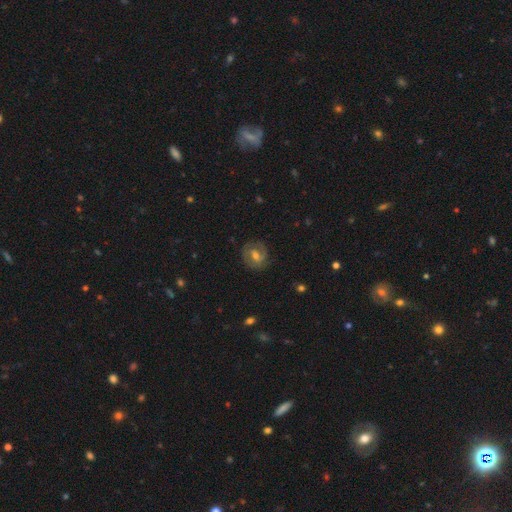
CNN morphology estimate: Q: Smooth or featured?
A: featured or disk (63%); runner-up: smooth (28%)
Q: Edge-on disk?
A: no (96%); runner-up: yes (4%)
Q: Bar?
A: weak (51%); runner-up: no (26%)
Q: Spiral arms?
A: yes (81%); runner-up: no (19%)
Q: Bulge size?
A: moderate (65%); runner-up: small (24%)
Q: Merging?
A: none (81%); runner-up: minor disturbance (13%)